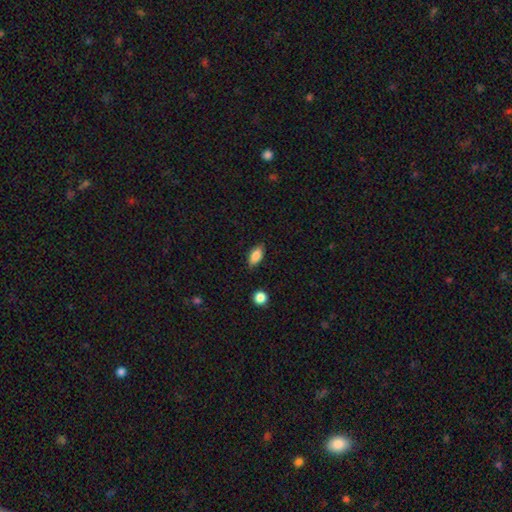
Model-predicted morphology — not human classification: A smooth galaxy with no disk features (83%) that is in between round and cigar-shaped (87%). Merging: none (82%).